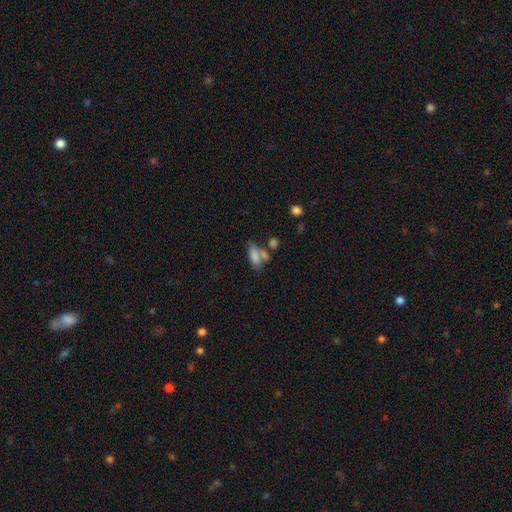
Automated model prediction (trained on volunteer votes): Smooth or featured? Predicted: smooth (p=0.77). How rounded? Predicted: in between (p=0.76). Merging? Predicted: none (p=0.39).